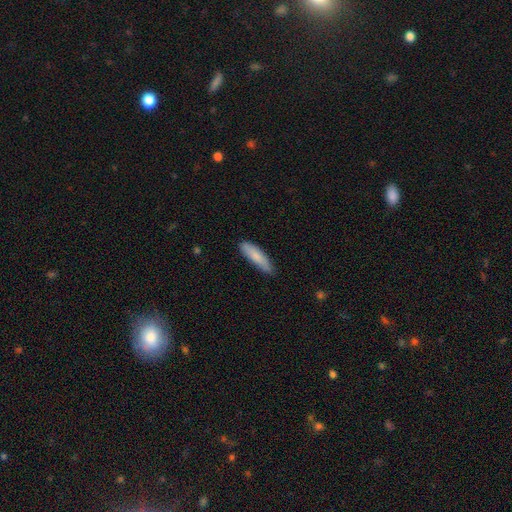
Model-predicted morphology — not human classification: Smooth or featured? Predicted: smooth (p=0.82). How rounded? Predicted: cigar-shaped (p=0.69). Merging? Predicted: none (p=0.80).